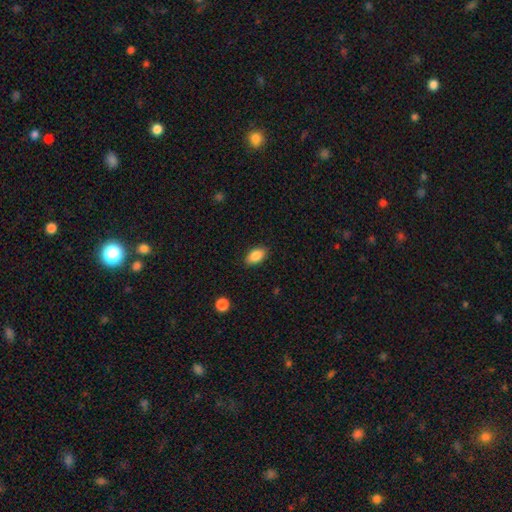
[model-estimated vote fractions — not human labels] Smooth or featured? Predicted: smooth (p=0.86). How rounded? Predicted: in between (p=0.91). Merging? Predicted: none (p=0.87).